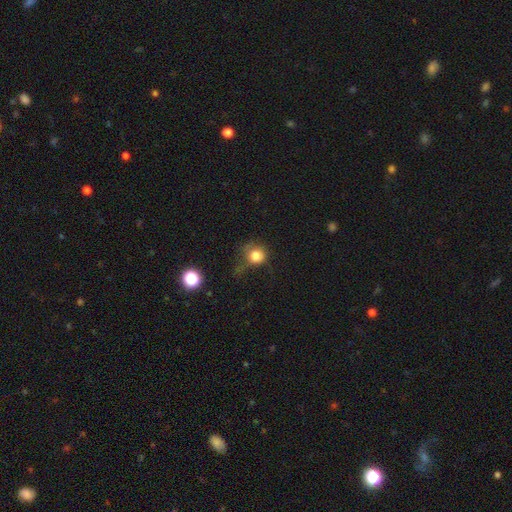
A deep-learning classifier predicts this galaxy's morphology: A smooth galaxy with no disk features (78%) that is round (84%). Merging: none (48%).